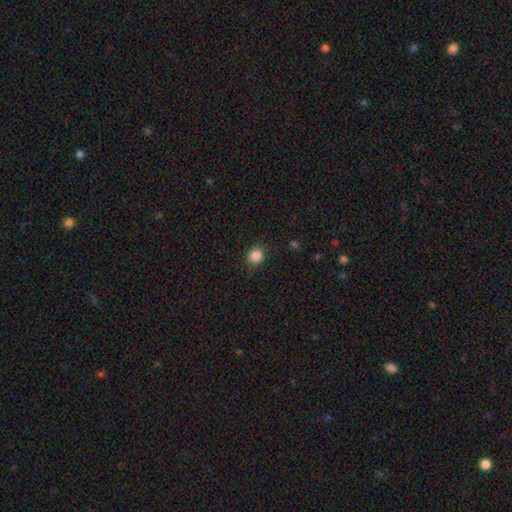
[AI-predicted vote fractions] smooth_or_featured: smooth (p=0.85) [alt: star or artifact p=0.11]
how_rounded: round (p=0.82) [alt: in between p=0.17]
merging: none (p=0.81) [alt: minor disturbance p=0.14]